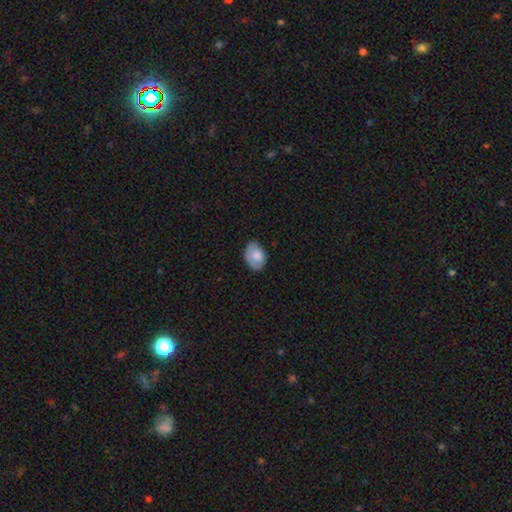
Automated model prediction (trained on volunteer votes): This is likely a smooth galaxy (78%). How rounded: clearly in between (81%). Merging: likely none (71%).